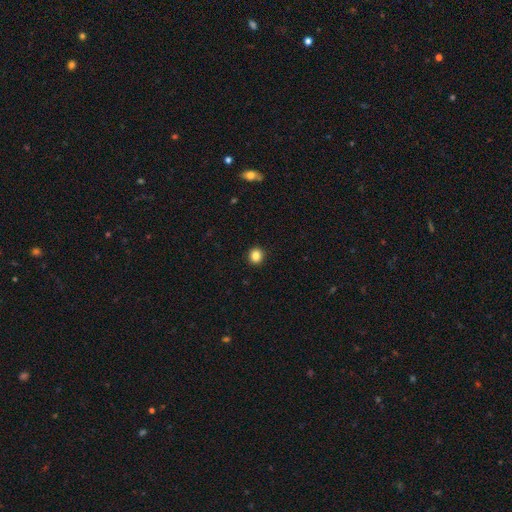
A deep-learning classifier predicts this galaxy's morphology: This is clearly a smooth galaxy (85%). How rounded: clearly round (85%). Merging: clearly none (93%).